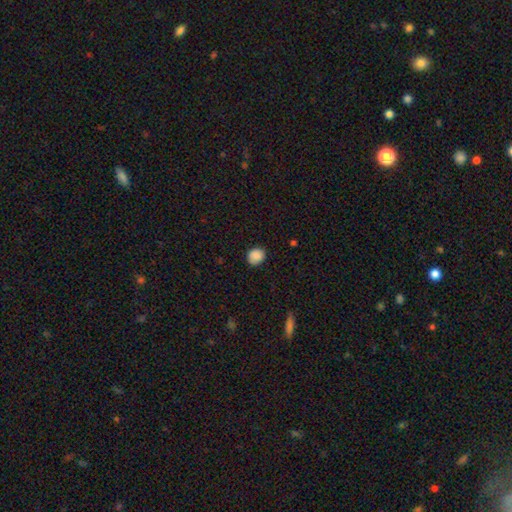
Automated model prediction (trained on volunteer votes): A smooth galaxy with no disk features (88%) that is round (68%).

Vote fractions:
- Smooth or featured? smooth: 88% / star or artifact: 8% / featured or disk: 3%
- How rounded? round: 68% / in between: 31% / cigar-shaped: 1%
- Merging? none: 85% / minor disturbance: 12% / major disturbance: 2% / merger: 1%